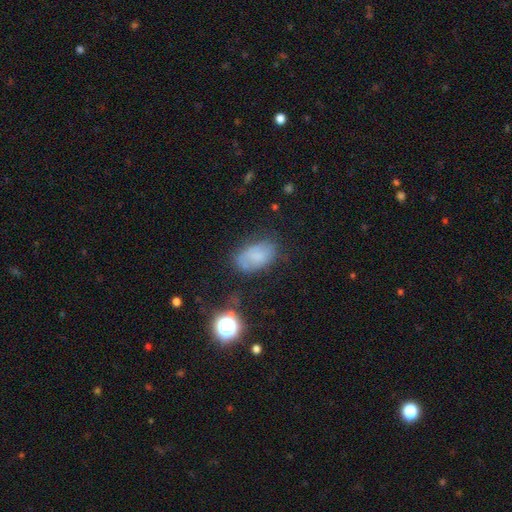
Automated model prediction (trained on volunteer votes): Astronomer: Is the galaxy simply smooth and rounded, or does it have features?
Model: smooth — 67%.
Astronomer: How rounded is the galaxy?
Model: in between — 91%.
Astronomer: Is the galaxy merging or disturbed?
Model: none — 60%.